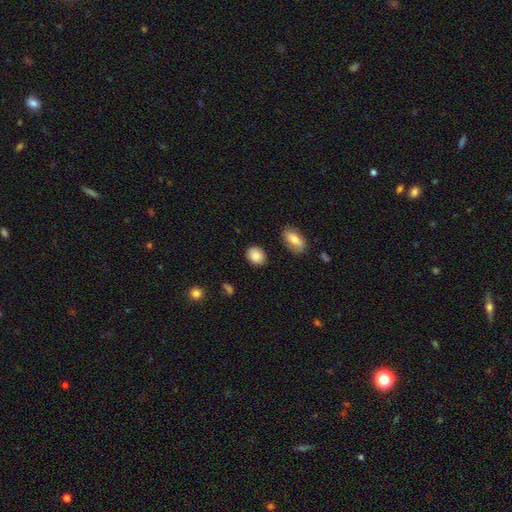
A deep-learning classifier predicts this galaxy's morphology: smooth-or-featured: smooth: 86% | star or artifact: 8% | featured or disk: 6%
  how-rounded: in between: 55% | round: 44% | cigar-shaped: 1%
  merging: none: 86% | minor disturbance: 9% | major disturbance: 2% | merger: 2%